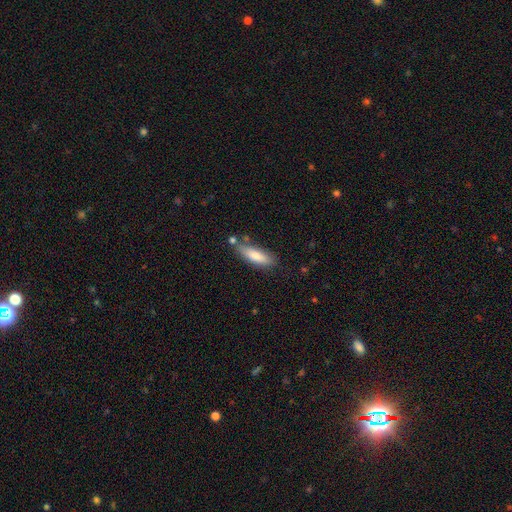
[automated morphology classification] smooth-or-featured: smooth: 78% | featured or disk: 16% | star or artifact: 6%
  how-rounded: cigar-shaped: 52% | in between: 47% | round: 2%
  merging: none: 68% | minor disturbance: 19% | merger: 9% | major disturbance: 4%